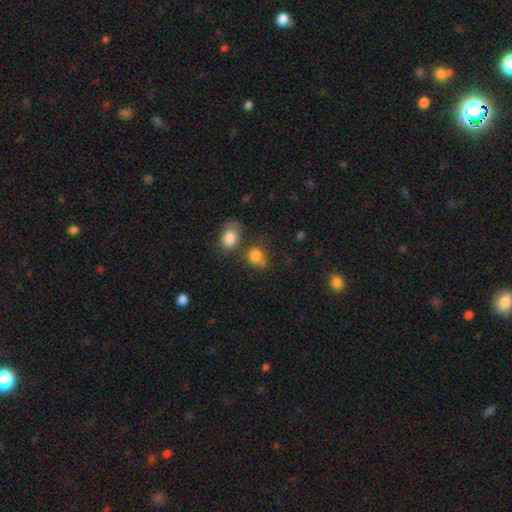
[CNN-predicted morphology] Overall: smooth (82%). How rounded: round (74%). Merging: none (54%; merger 25%).